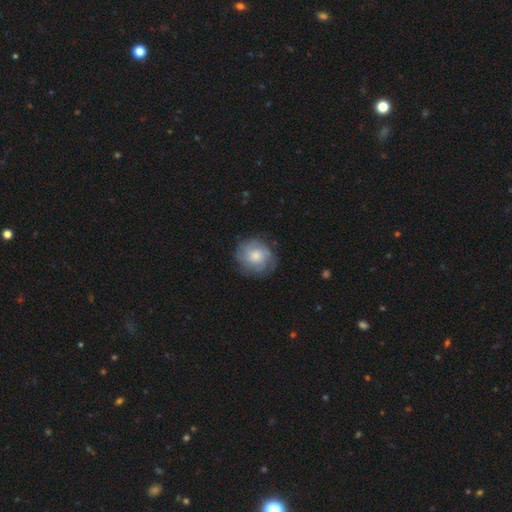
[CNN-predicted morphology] featured or disk 47%, smooth 46%, star or artifact 7%. Down the decision tree: merging — none (76%).